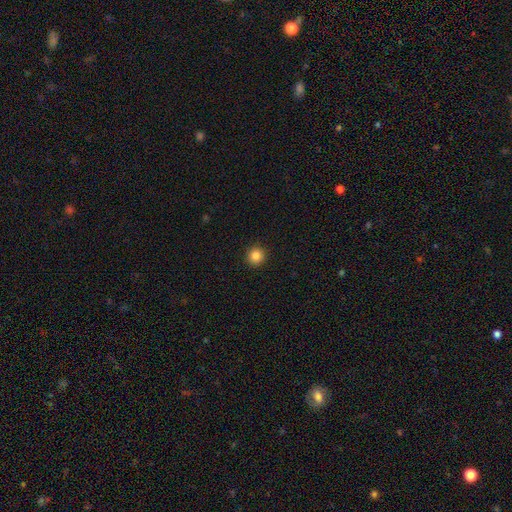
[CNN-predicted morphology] This appears to be a smooth galaxy with no disk features (85%) that is round (95%). Merging: none (93%).